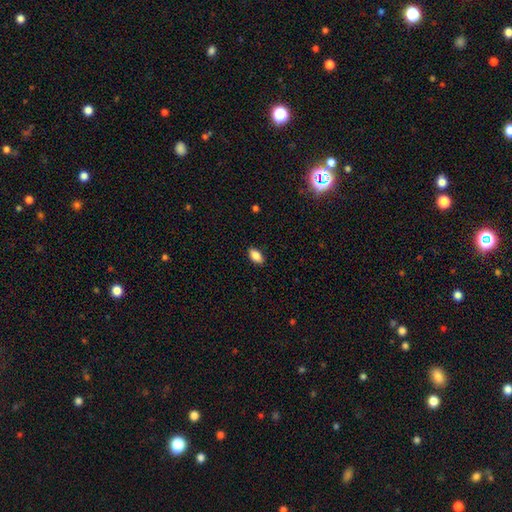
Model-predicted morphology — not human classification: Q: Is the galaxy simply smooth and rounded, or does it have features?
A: smooth — 86%.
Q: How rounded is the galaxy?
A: in between — 91%.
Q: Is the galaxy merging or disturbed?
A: none — 88%.